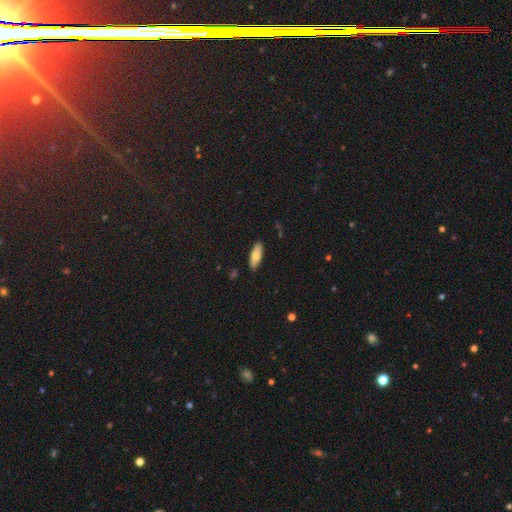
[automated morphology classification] Smooth or featured?
  - smooth: 74% *
  - featured or disk: 20%
  - star or artifact: 6%
How rounded?
  - in between: 64% *
  - cigar-shaped: 34%
  - round: 2%
Merging?
  - none: 87% *
  - minor disturbance: 10%
  - major disturbance: 2%
  - merger: 1%